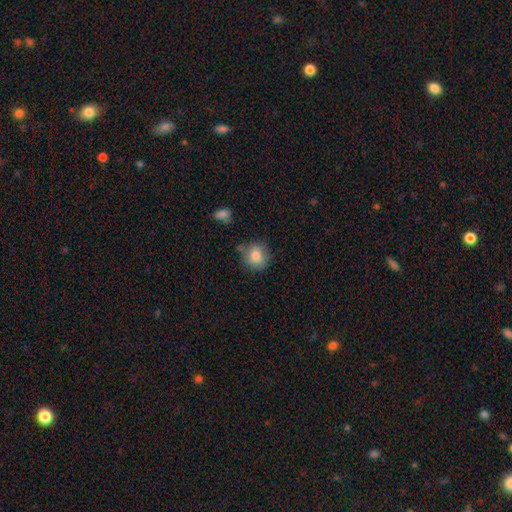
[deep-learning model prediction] A smooth galaxy with no disk features (82%) that is round (83%). Merging: none (75%).